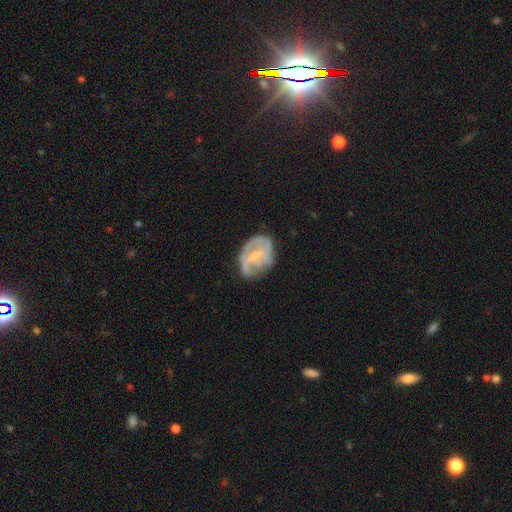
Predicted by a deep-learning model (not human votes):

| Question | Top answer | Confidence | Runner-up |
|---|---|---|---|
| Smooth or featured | featured or disk | 69% | smooth (24%) |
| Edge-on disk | no | 97% | yes (3%) |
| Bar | no | 45% | weak (44%) |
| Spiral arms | yes | 73% | no (27%) |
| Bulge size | small | 55% | moderate (34%) |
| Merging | none | 57% | minor disturbance (28%) |